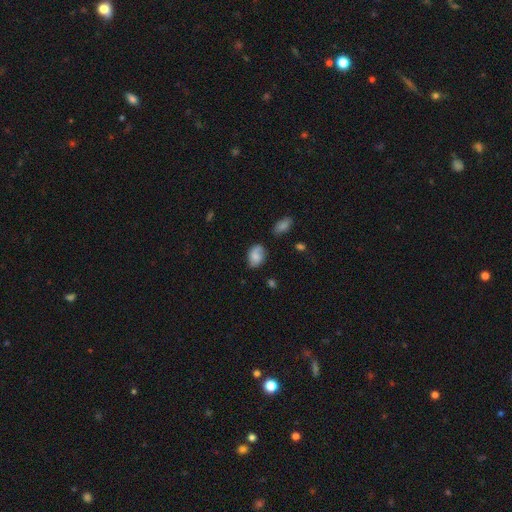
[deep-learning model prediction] smooth 73%, featured or disk 19%, star or artifact 9%. Down the decision tree: how rounded — in between (82%); merging — none (64%).